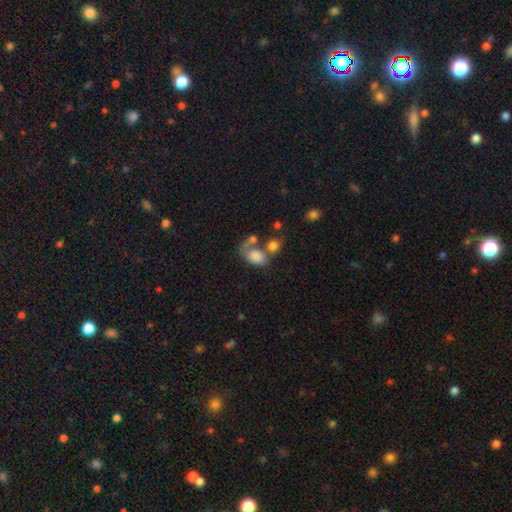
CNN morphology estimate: Smooth or featured?
  - smooth: 76% *
  - featured or disk: 14%
  - star or artifact: 10%
How rounded?
  - in between: 73% *
  - round: 26%
  - cigar-shaped: 1%
Merging?
  - merger: 37% *
  - none: 29%
  - major disturbance: 19%
  - minor disturbance: 15%